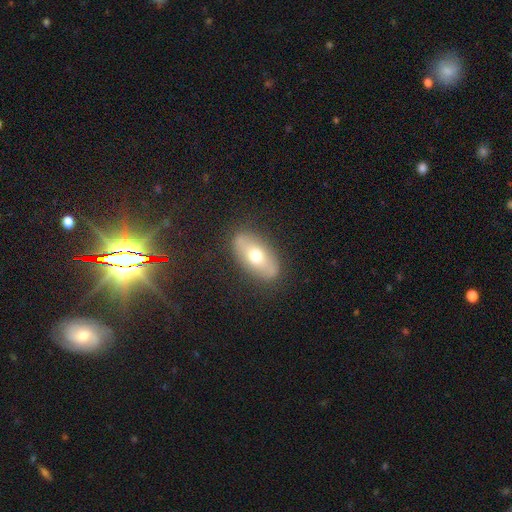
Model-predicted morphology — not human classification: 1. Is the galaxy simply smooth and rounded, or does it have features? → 56% smooth, 37% featured or disk, 7% star or artifact.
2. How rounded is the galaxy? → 88% in between, 6% cigar-shaped, 6% round.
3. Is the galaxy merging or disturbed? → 85% none, 10% minor disturbance, 3% major disturbance, 1% merger.